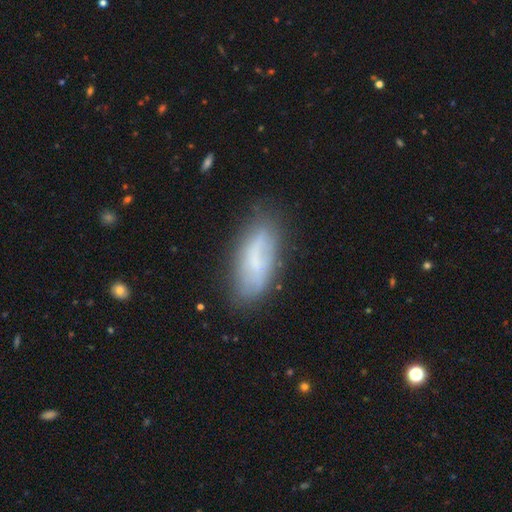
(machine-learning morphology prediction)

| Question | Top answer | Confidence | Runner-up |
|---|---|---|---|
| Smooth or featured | smooth | 51% | featured or disk (40%) |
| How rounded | in between | 75% | cigar-shaped (22%) |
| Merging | none | 68% | minor disturbance (22%) |